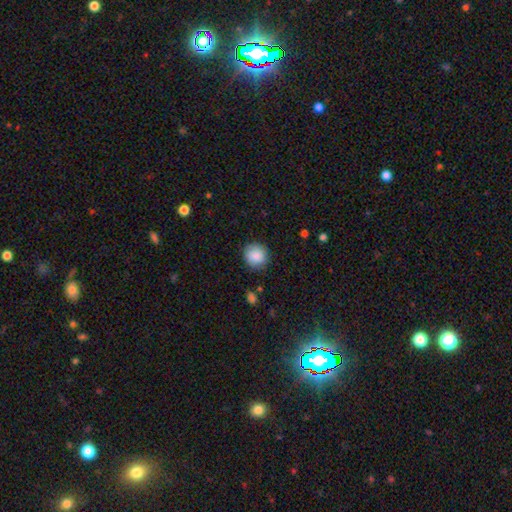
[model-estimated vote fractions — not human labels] This is clearly a smooth galaxy (88%). How rounded: clearly round (91%). Merging: clearly none (87%).